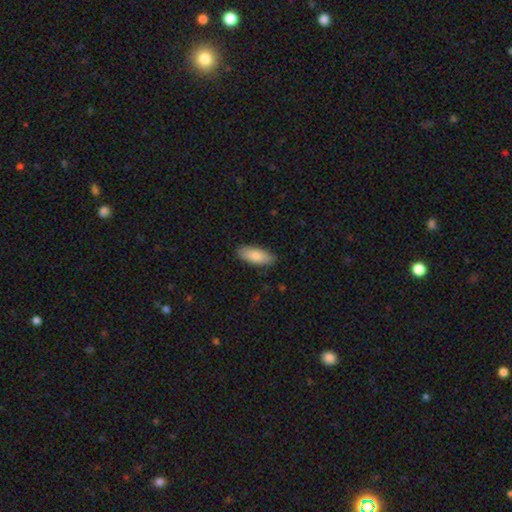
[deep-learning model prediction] smooth-or-featured: smooth: 84% | featured or disk: 11% | star or artifact: 5%
  how-rounded: in between: 79% | cigar-shaped: 19% | round: 2%
  merging: none: 88% | minor disturbance: 9% | major disturbance: 2% | merger: 1%